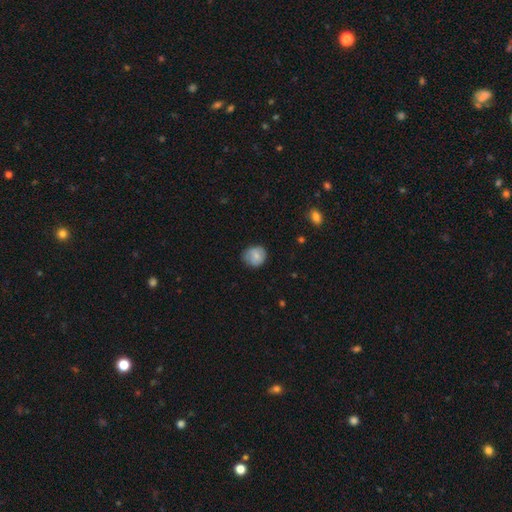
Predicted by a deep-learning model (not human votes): Smooth or featured? Predicted: smooth (p=0.75). How rounded? Predicted: round (p=0.81). Merging? Predicted: none (p=0.70).